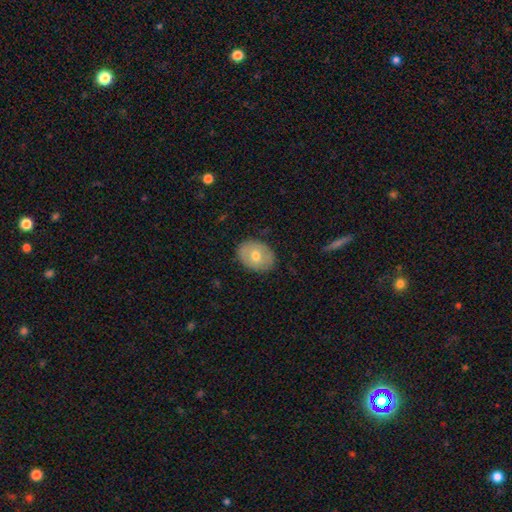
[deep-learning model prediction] This appears to be a smooth galaxy with no disk features (61%) that is in between round and cigar-shaped (64%). Merging: none (85%).